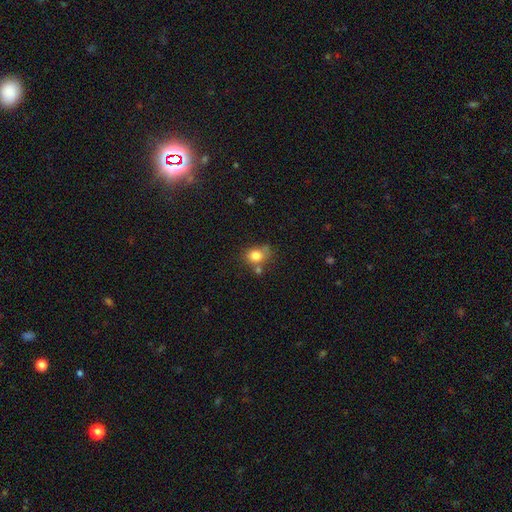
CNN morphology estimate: Q: Smooth or featured?
A: smooth (80%); runner-up: star or artifact (11%)
Q: How rounded?
A: round (65%); runner-up: in between (34%)
Q: Merging?
A: none (54%); runner-up: minor disturbance (21%)